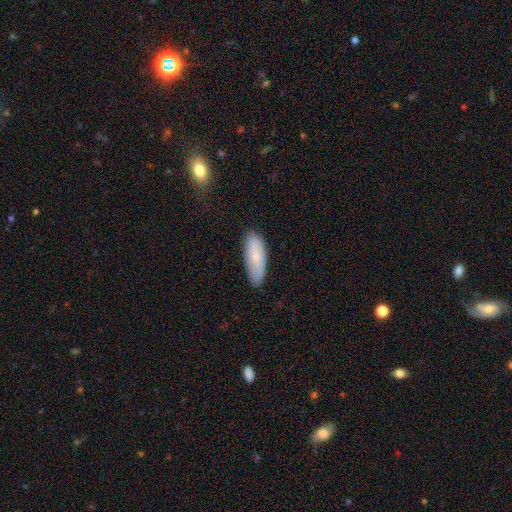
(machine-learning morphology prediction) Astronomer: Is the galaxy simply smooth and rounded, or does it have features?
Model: smooth — 75%.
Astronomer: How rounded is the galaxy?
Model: in between — 69%.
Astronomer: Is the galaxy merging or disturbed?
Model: none — 80%.